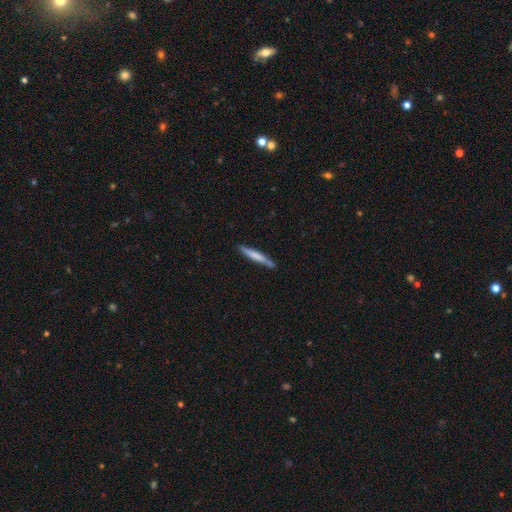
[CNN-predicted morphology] This appears to be a smooth galaxy with no disk features (64%) that is cigar-shaped (95%). Merging: none (79%).